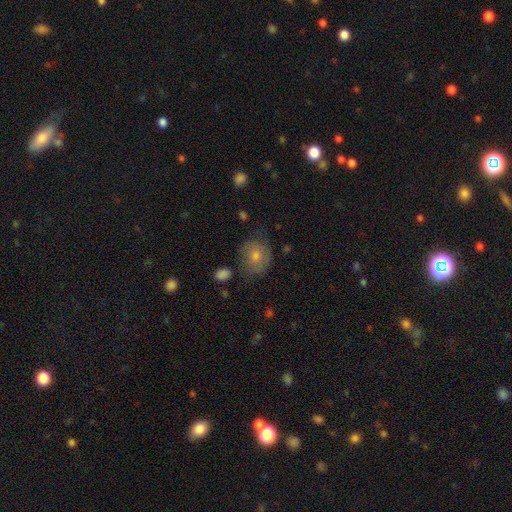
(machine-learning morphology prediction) The model was most divided on "smooth or featured": smooth: 55%, featured or disk: 32%, star or artifact: 13%. More confident: how rounded — round (70%); merging — none (68%).